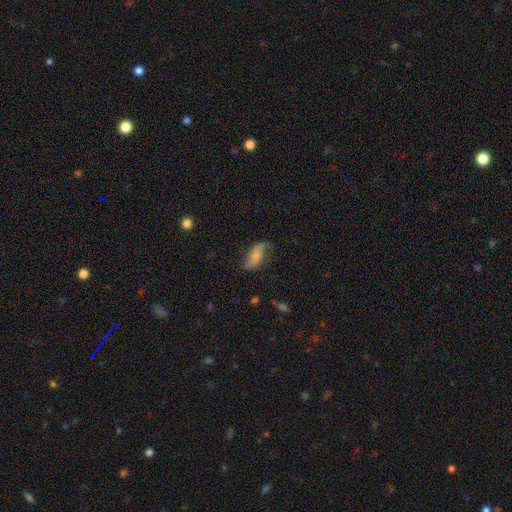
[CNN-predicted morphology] smooth-or-featured: featured or disk: 58% | smooth: 35% | star or artifact: 7%
  disk-edge-on: no: 91% | yes: 9%
    bar: no: 59% | weak: 29% | strong: 12%
    has-spiral-arms: yes: 88% | no: 12%
    bulge-size: small: 48% | moderate: 35% | none: 11% | large: 4% | dominant: 2%
  merging: none: 66% | minor disturbance: 22% | major disturbance: 10% | merger: 2%